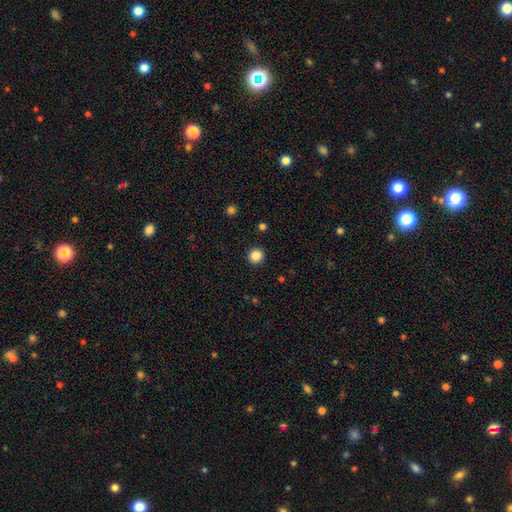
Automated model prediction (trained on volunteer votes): Overall: smooth (85%). How rounded: round (96%). Merging: none (93%).